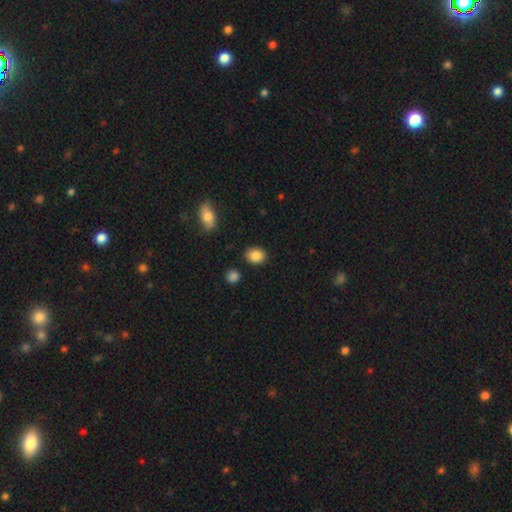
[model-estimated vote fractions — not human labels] Q: Smooth or featured?
A: smooth (86%); runner-up: star or artifact (8%)
Q: How rounded?
A: in between (62%); runner-up: round (37%)
Q: Merging?
A: none (87%); runner-up: minor disturbance (8%)